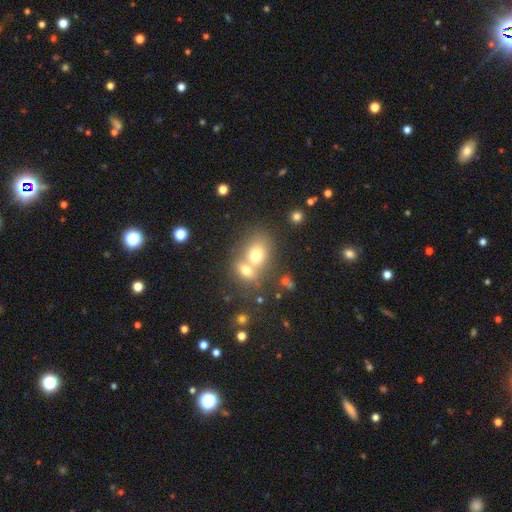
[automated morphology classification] This is likely a smooth galaxy (70%). How rounded: possibly in between (49%, tied with round). Merging: possibly merger (59%).